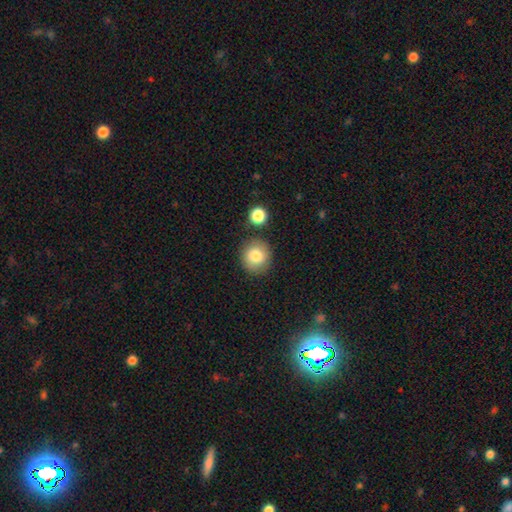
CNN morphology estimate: This is clearly a smooth galaxy (83%). How rounded: clearly round (89%). Merging: clearly none (82%).